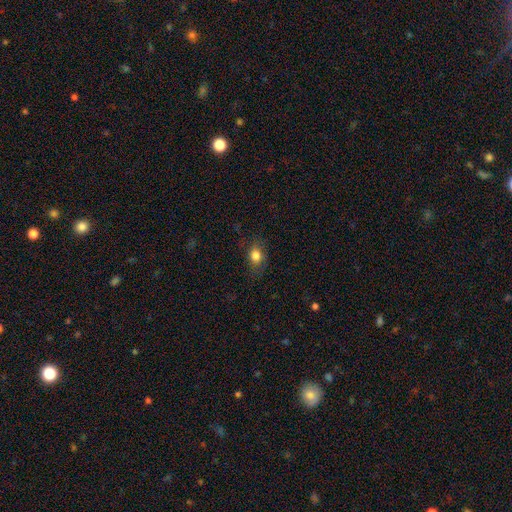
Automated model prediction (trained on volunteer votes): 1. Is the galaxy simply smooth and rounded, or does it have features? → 80% smooth, 11% star or artifact, 10% featured or disk.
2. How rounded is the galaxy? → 62% in between, 36% round, 3% cigar-shaped.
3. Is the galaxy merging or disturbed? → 74% none, 18% minor disturbance, 7% major disturbance, 1% merger.